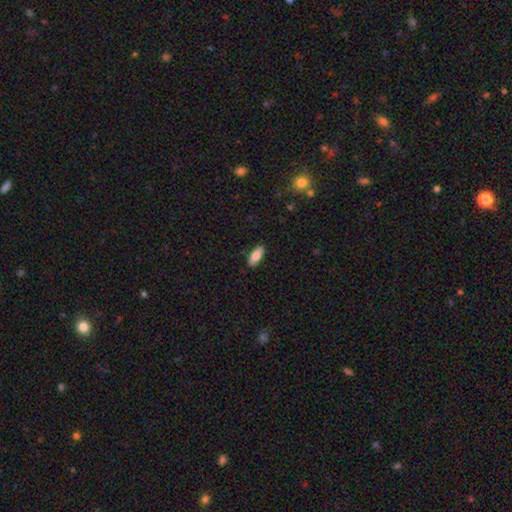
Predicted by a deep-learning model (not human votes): Overall: smooth (81%). How rounded: in between (85%). Merging: none (88%).